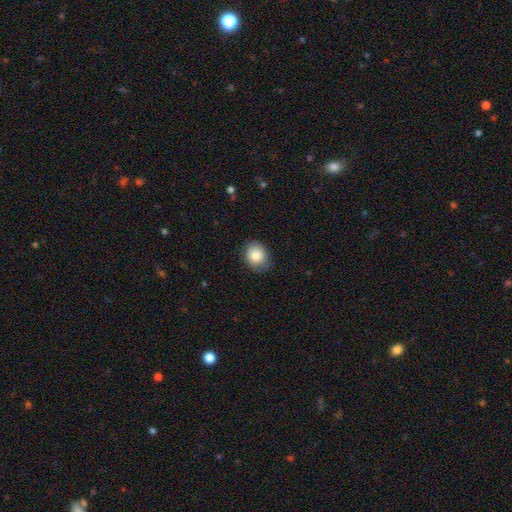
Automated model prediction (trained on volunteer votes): A smooth galaxy with no disk features (81%) that is round (59%). Merging: none (79%).